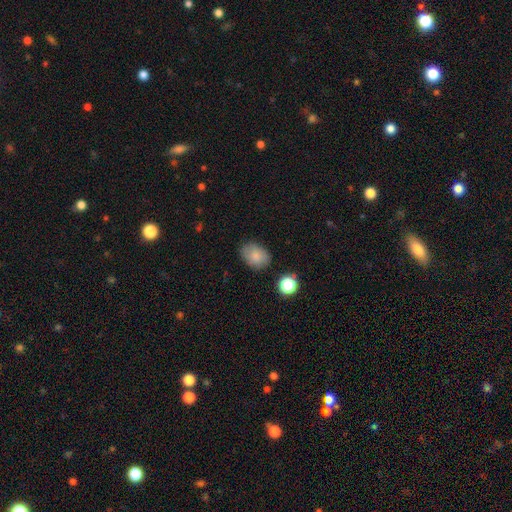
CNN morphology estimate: Q: Smooth or featured?
A: smooth (82%); runner-up: featured or disk (9%)
Q: How rounded?
A: in between (72%); runner-up: round (27%)
Q: Merging?
A: none (78%); runner-up: minor disturbance (16%)